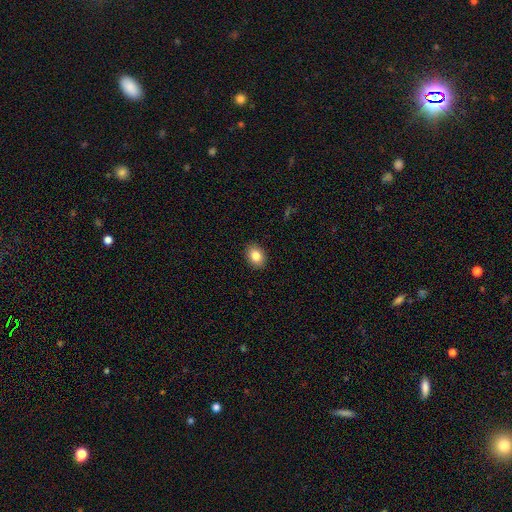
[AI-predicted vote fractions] smooth 85%, star or artifact 9%, featured or disk 7%. Down the decision tree: how rounded — in between (68%); merging — none (89%).